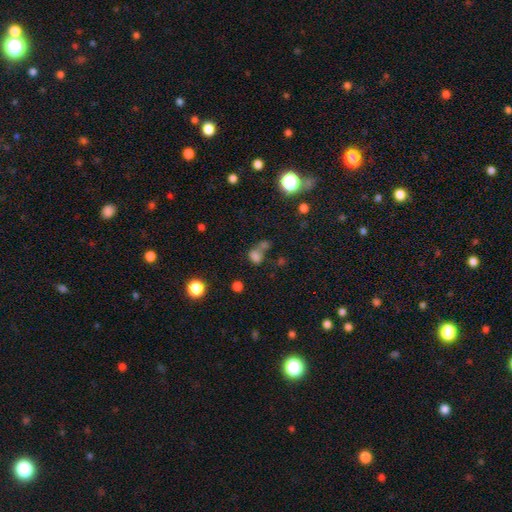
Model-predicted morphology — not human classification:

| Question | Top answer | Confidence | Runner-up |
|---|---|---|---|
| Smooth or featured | smooth | 69% | star or artifact (21%) |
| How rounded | in between | 58% | round (40%) |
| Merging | merger | 46% | none (31%) |